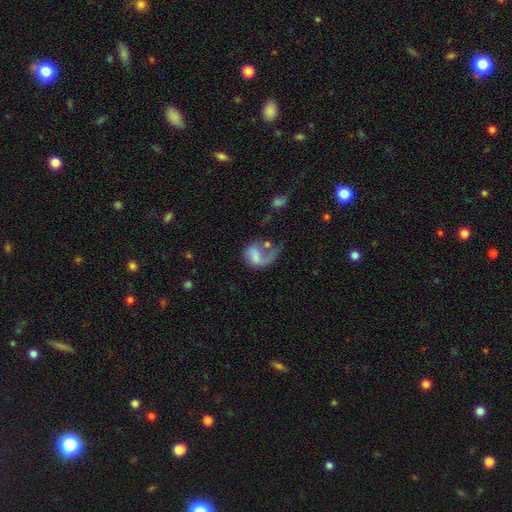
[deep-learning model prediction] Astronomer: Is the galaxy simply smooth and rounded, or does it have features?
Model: featured or disk — 48% (runner-up: smooth, 43%).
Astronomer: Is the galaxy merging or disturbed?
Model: major disturbance — 50%.